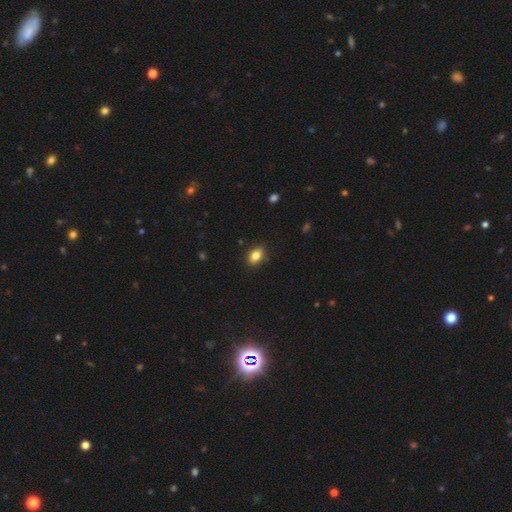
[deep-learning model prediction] Morphology: type=smooth (85%); roundness=in between (78%); merging=none (87%).